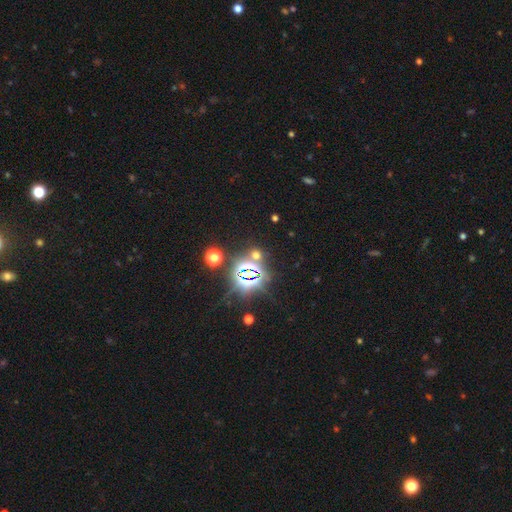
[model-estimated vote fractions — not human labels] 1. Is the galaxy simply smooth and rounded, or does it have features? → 66% star or artifact, 27% smooth, 7% featured or disk.